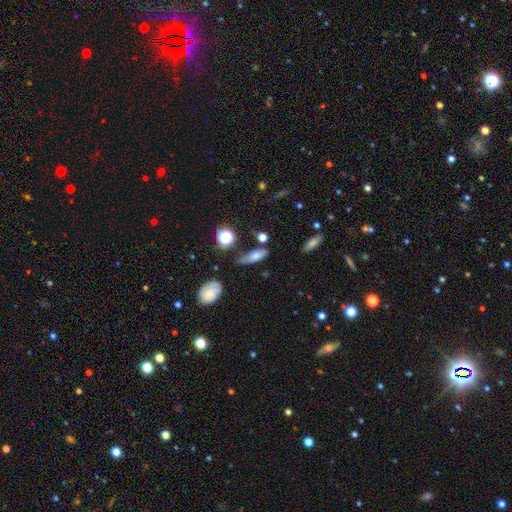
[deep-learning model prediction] smooth 65%, featured or disk 22%, star or artifact 13%. Down the decision tree: how rounded — in between (66%); merging — none (45%).